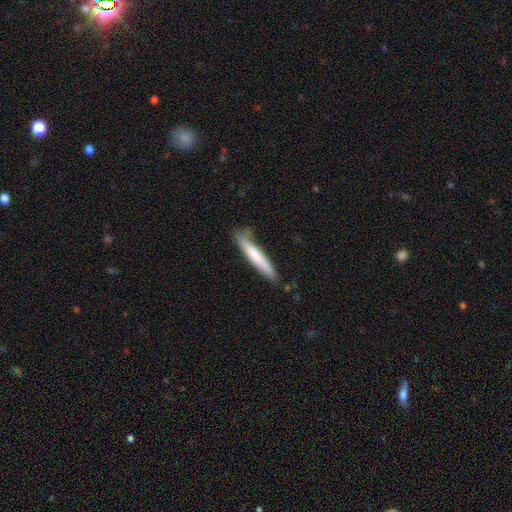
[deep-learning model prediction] This is likely a smooth galaxy (72%). How rounded: clearly cigar-shaped (93%). Merging: likely none (76%).